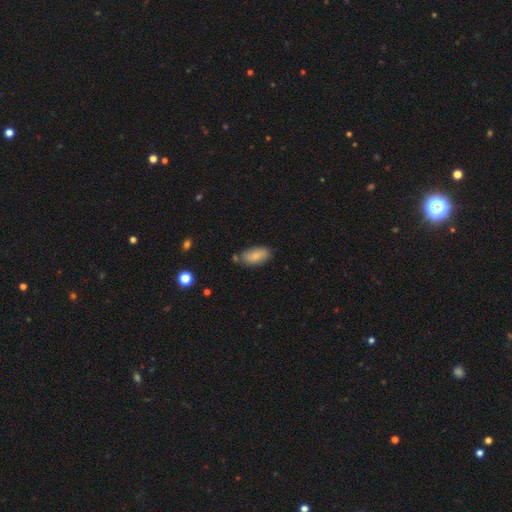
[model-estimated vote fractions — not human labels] smooth 79%, featured or disk 14%, star or artifact 7%. Down the decision tree: how rounded — in between (92%); merging — none (73%).